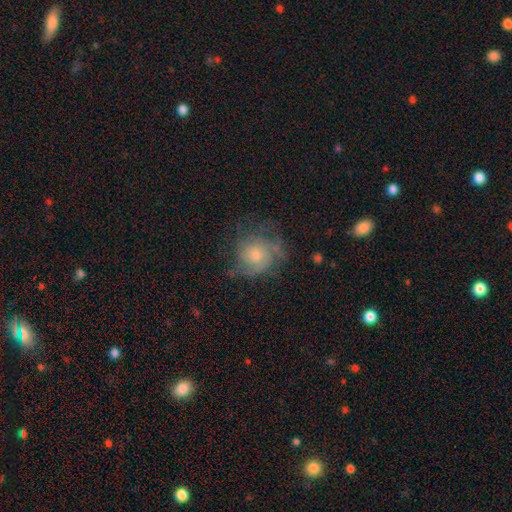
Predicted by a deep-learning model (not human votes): smooth_or_featured: featured or disk (p=0.64) [alt: smooth p=0.26]
disk_edge_on: no (p=0.97) [alt: yes p=0.03]
bar: no (p=0.81) [alt: weak p=0.16]
has_spiral_arms: yes (p=0.84) [alt: no p=0.16]
spiral_winding: tight (p=0.49) [alt: medium p=0.36]
spiral_arm_count: can't tell (p=0.40) [alt: 2 p=0.21]
bulge_size: small (p=0.48) [alt: moderate p=0.44]
merging: none (p=0.61) [alt: minor disturbance p=0.22]